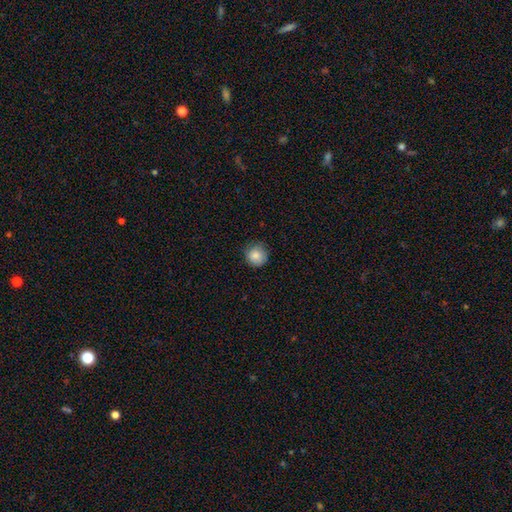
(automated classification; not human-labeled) The model was most divided on "merging": none: 83%, minor disturbance: 13%, major disturbance: 2%, merger: 1%. More confident: how rounded — round (94%); smooth or featured — smooth (84%).